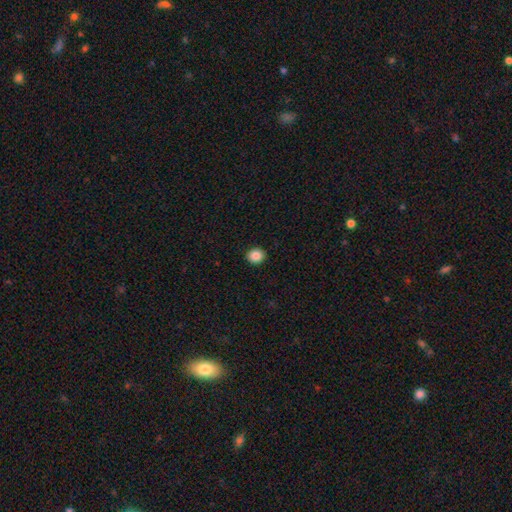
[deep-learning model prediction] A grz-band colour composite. It shows a smooth galaxy with no disk features (86%) that is round (78%). Merging: none (92%).